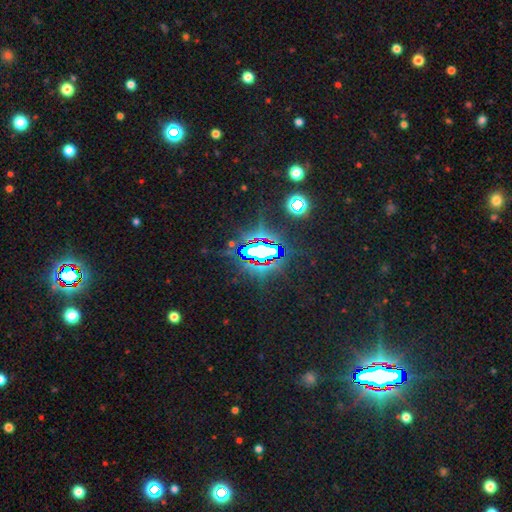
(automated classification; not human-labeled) Smooth or featured?
  - star or artifact: 76% *
  - smooth: 13%
  - featured or disk: 12%